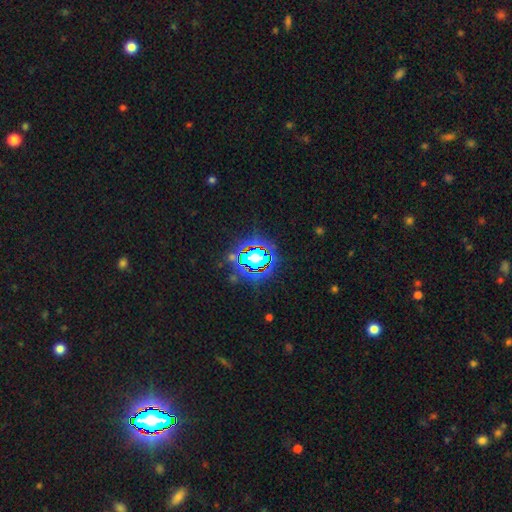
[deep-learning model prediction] star or artifact 80%, smooth 12%, featured or disk 8%.